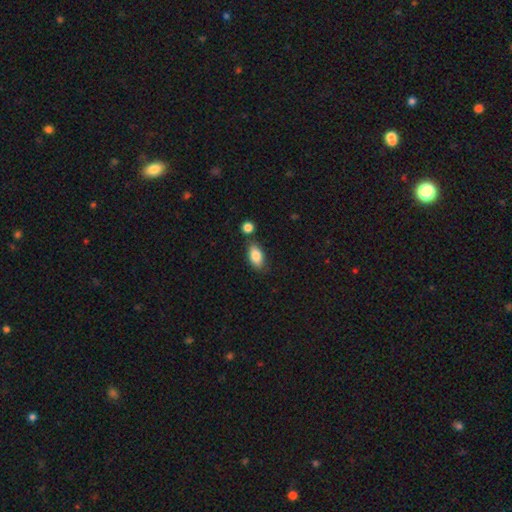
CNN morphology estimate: smooth-or-featured: smooth: 84% | featured or disk: 9% | star or artifact: 7%
  how-rounded: in between: 89% | cigar-shaped: 6% | round: 5%
  merging: none: 74% | minor disturbance: 13% | merger: 10% | major disturbance: 3%